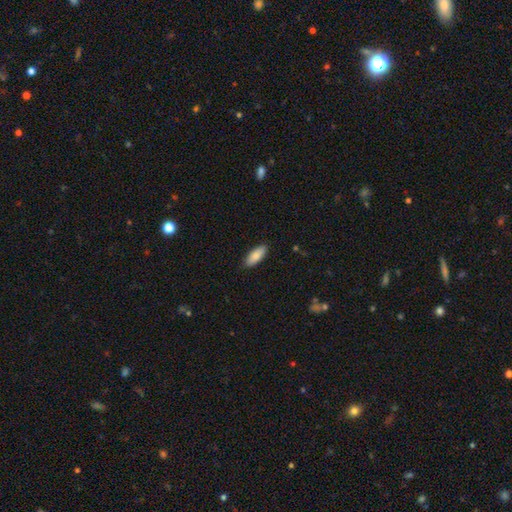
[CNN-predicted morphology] Smooth or featured? Predicted: smooth (p=0.82). How rounded? Predicted: in between (p=0.75). Merging? Predicted: none (p=0.89).